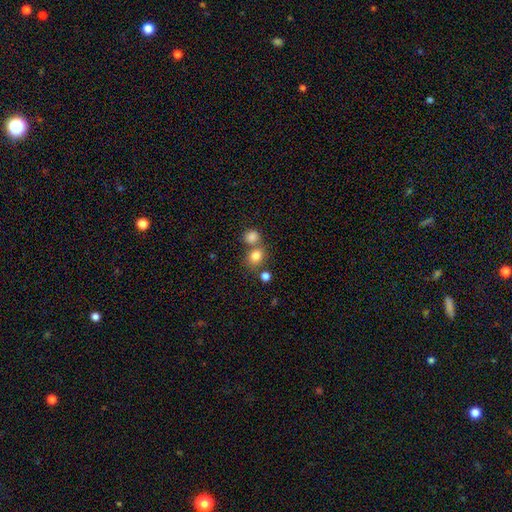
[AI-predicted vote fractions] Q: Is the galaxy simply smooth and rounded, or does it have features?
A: smooth — 80%.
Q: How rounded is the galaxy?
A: round — 67%.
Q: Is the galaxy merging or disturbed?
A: none — 53%.